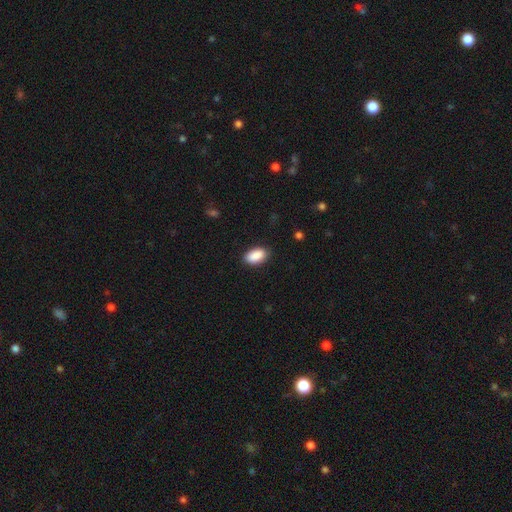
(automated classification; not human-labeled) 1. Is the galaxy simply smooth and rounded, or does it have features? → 90% smooth, 6% star or artifact, 3% featured or disk.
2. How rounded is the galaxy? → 94% in between, 4% round, 2% cigar-shaped.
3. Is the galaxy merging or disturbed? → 87% none, 10% minor disturbance, 2% major disturbance, 1% merger.